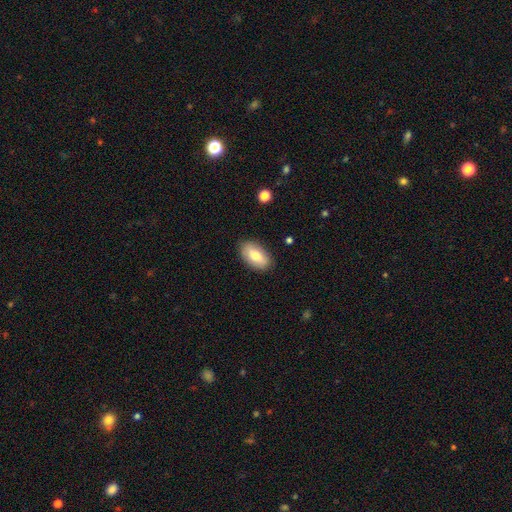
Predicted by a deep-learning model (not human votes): This is likely a smooth galaxy (74%). How rounded: clearly in between (93%). Merging: clearly none (86%).